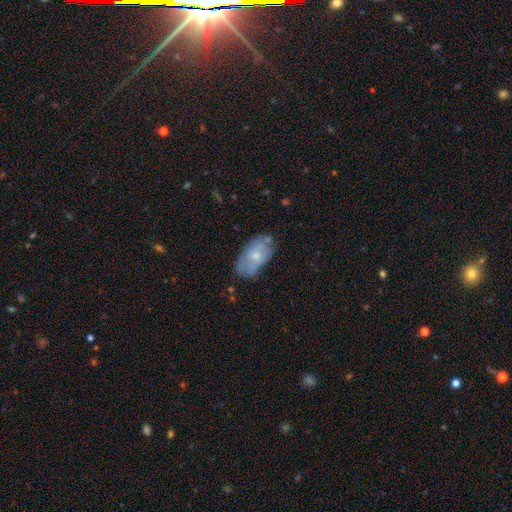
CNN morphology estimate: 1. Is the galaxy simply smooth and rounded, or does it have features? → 59% smooth, 34% featured or disk, 7% star or artifact.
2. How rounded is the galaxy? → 93% in between, 5% round, 3% cigar-shaped.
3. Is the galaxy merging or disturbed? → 60% none, 28% minor disturbance, 7% major disturbance, 5% merger.